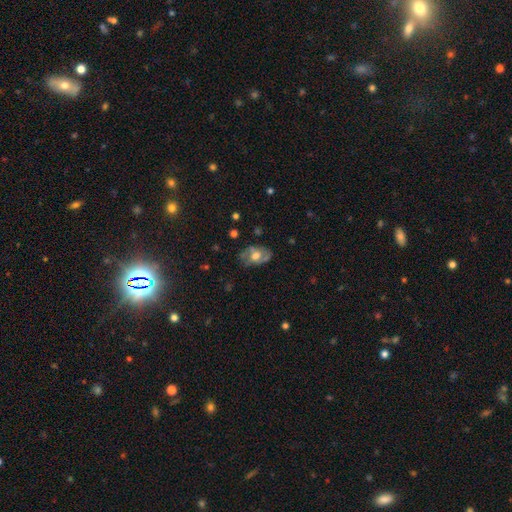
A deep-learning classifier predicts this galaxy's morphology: Q: Smooth or featured?
A: featured or disk (53%); runner-up: smooth (38%)
Q: Edge-on disk?
A: no (92%); runner-up: yes (8%)
Q: Merging?
A: none (69%); runner-up: minor disturbance (21%)